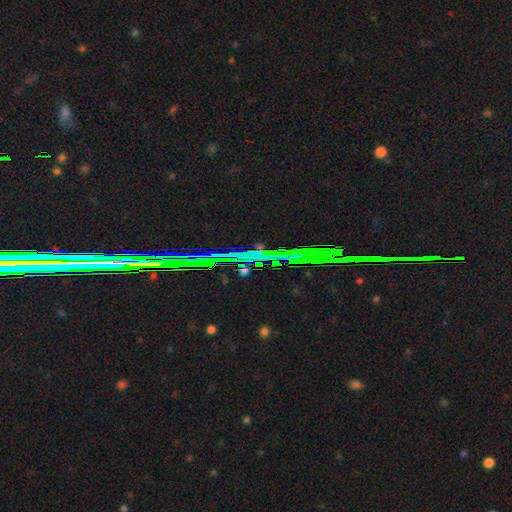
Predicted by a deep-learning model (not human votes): A star or artifact, not a galaxy (83%).